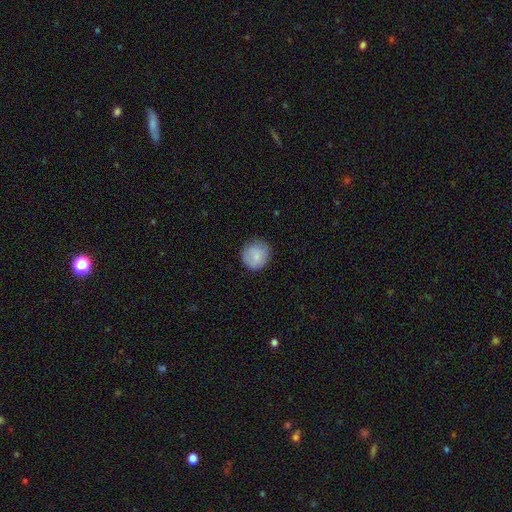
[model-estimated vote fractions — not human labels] smooth 84%, featured or disk 9%, star or artifact 7%. Down the decision tree: how rounded — round (91%); merging — none (84%).